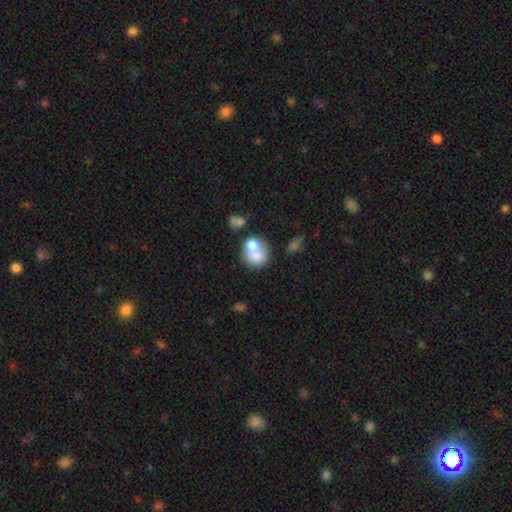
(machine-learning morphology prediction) smooth 70%, featured or disk 21%, star or artifact 9%. Down the decision tree: how rounded — round (70%); merging — merger (52%).